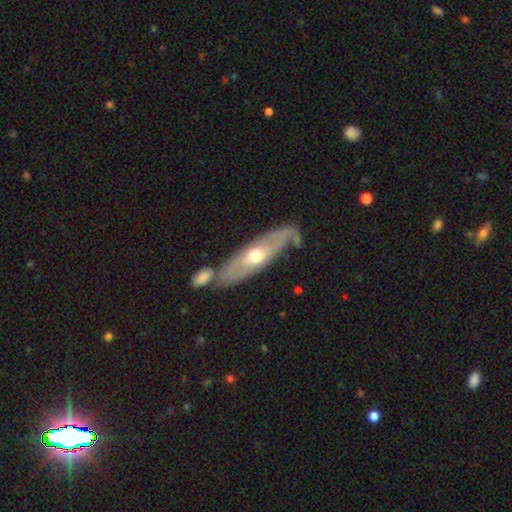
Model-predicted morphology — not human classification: Overall: featured or disk (61%; smooth 34%). Edge-on disk: no (63%; yes 37%). Merging: none (65%).